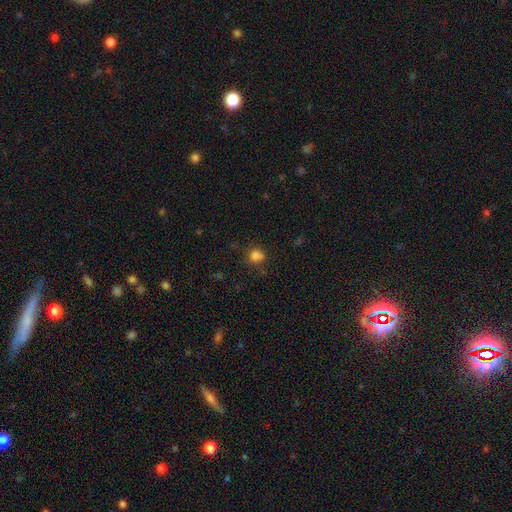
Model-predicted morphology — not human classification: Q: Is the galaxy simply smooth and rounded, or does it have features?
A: smooth — 80%.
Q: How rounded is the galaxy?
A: round — 84%.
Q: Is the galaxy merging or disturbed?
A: none — 70%.